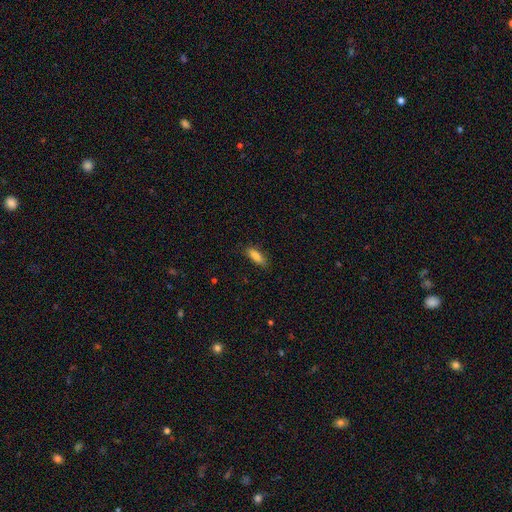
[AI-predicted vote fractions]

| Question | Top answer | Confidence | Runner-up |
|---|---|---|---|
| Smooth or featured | smooth | 82% | featured or disk (10%) |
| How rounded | in between | 57% | cigar-shaped (41%) |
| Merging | none | 82% | minor disturbance (14%) |